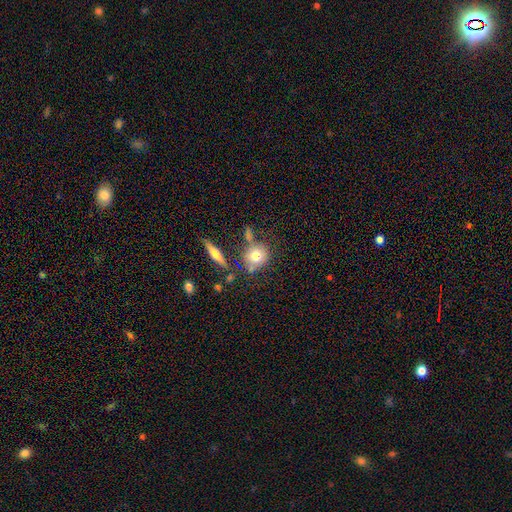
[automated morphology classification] Smooth or featured: smooth — 72% (featured or disk — 19%)
How rounded: round — 73% (in between — 24%)
Merging: none — 61% (merger — 17%)